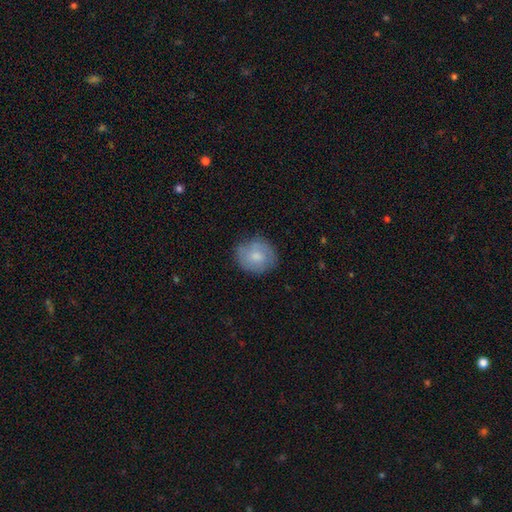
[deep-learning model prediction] Smooth or featured?
  - smooth: 66% *
  - featured or disk: 28%
  - star or artifact: 7%
How rounded?
  - round: 79% *
  - in between: 20%
  - cigar-shaped: 1%
Merging?
  - none: 74% *
  - minor disturbance: 20%
  - major disturbance: 5%
  - merger: 1%